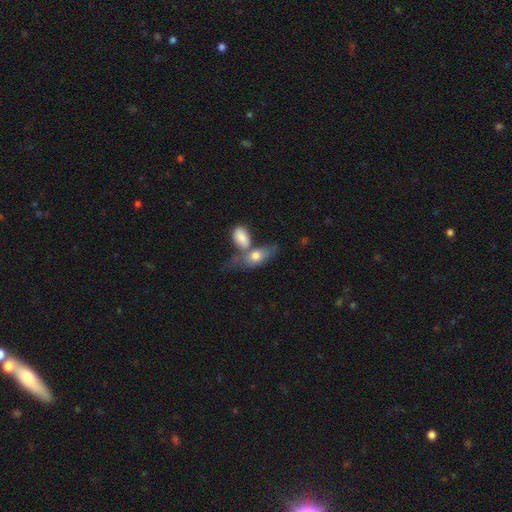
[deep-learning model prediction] smooth-or-featured: smooth: 72% | featured or disk: 22% | star or artifact: 6%
  how-rounded: in between: 81% | cigar-shaped: 10% | round: 9%
  merging: merger: 57% | none: 23% | minor disturbance: 12% | major disturbance: 9%